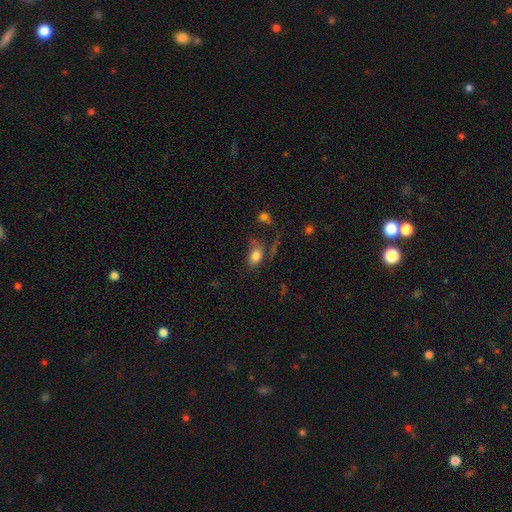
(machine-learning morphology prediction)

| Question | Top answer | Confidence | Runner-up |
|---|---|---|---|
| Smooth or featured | smooth | 79% | featured or disk (11%) |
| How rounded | in between | 84% | round (13%) |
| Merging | none | 48% | minor disturbance (21%) |